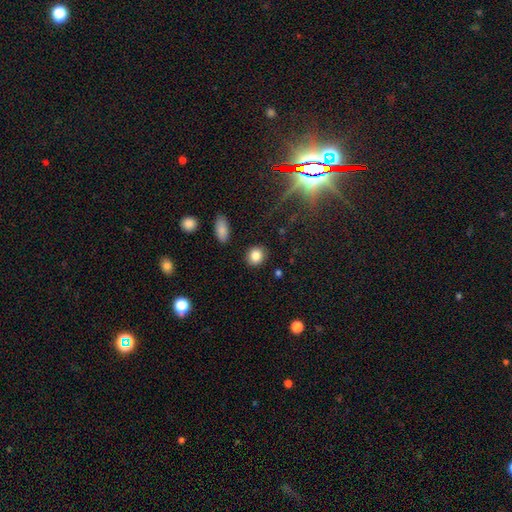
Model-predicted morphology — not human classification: Smooth or featured: smooth — 84% (star or artifact — 10%)
How rounded: round — 77% (in between — 22%)
Merging: none — 89% (minor disturbance — 7%)